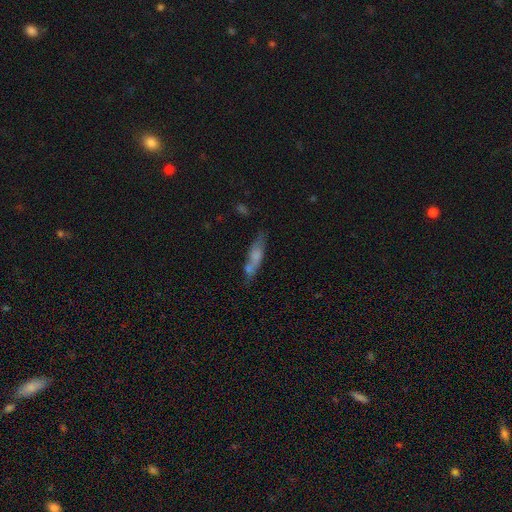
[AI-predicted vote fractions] A smooth galaxy with no disk features (58%) that is cigar-shaped (72%).

Vote fractions:
- Smooth or featured? smooth: 58% / featured or disk: 32% / star or artifact: 9%
- How rounded? cigar-shaped: 72% / in between: 25% / round: 3%
- Merging? none: 56% / merger: 19% / minor disturbance: 18% / major disturbance: 7%